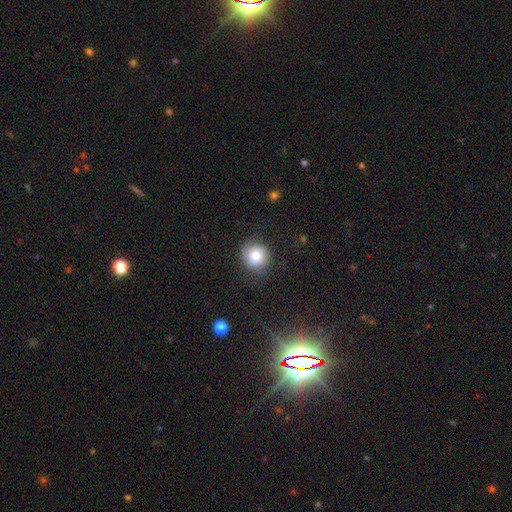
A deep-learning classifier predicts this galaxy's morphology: Smooth or featured?
  - smooth: 76% *
  - featured or disk: 15%
  - star or artifact: 9%
How rounded?
  - round: 86% *
  - in between: 13%
  - cigar-shaped: 1%
Merging?
  - none: 73% *
  - minor disturbance: 18%
  - major disturbance: 8%
  - merger: 1%